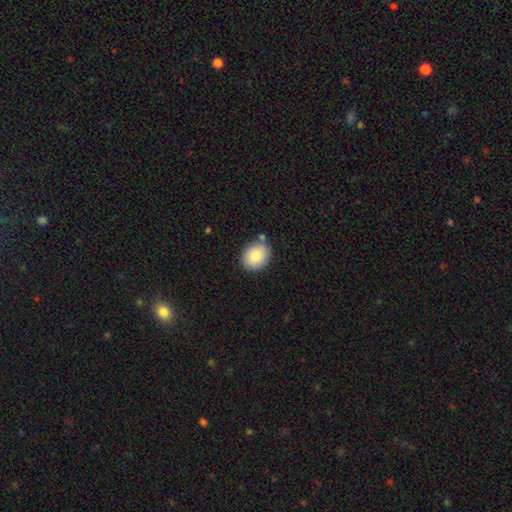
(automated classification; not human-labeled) Smooth or featured? Predicted: smooth (p=0.85). How rounded? Predicted: round (p=0.61). Merging? Predicted: none (p=0.78).